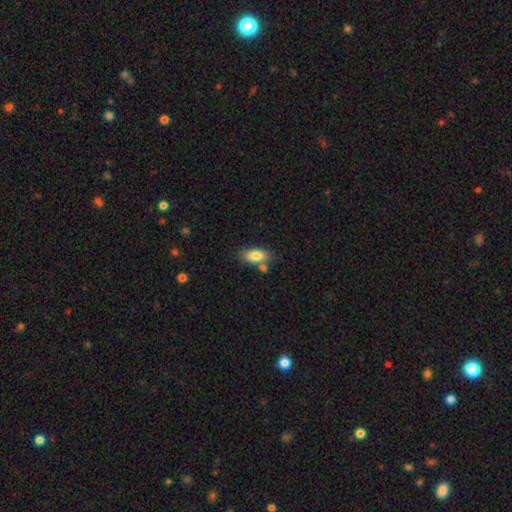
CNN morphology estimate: This is clearly a smooth galaxy (82%). How rounded: clearly in between (88%). Merging: likely none (69%).